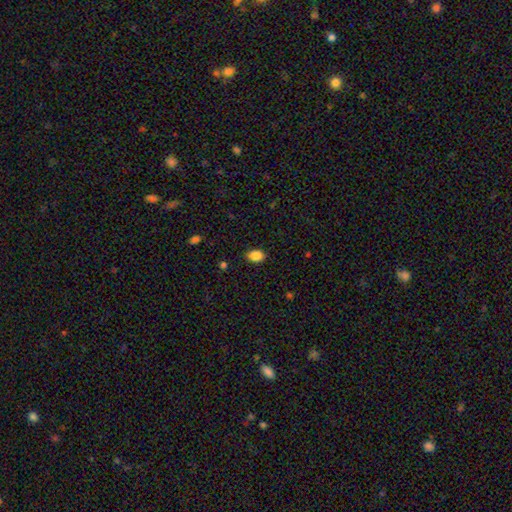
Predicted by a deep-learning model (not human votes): Smooth or featured: smooth — 87% (star or artifact — 9%)
How rounded: in between — 83% (round — 16%)
Merging: none — 86% (minor disturbance — 10%)